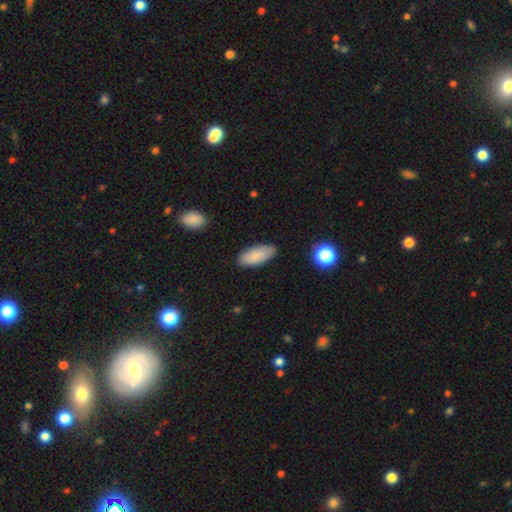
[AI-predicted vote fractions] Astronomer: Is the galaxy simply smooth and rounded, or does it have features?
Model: smooth — 86%.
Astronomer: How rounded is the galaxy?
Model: in between — 83%.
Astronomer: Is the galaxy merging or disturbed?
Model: none — 87%.